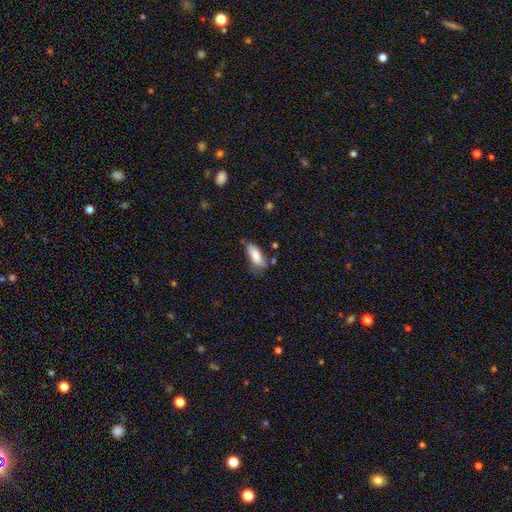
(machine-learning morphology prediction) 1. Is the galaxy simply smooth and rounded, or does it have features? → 81% smooth, 12% featured or disk, 7% star or artifact.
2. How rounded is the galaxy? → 74% in between, 24% cigar-shaped, 2% round.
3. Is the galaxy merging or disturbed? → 56% none, 30% minor disturbance, 8% major disturbance, 6% merger.